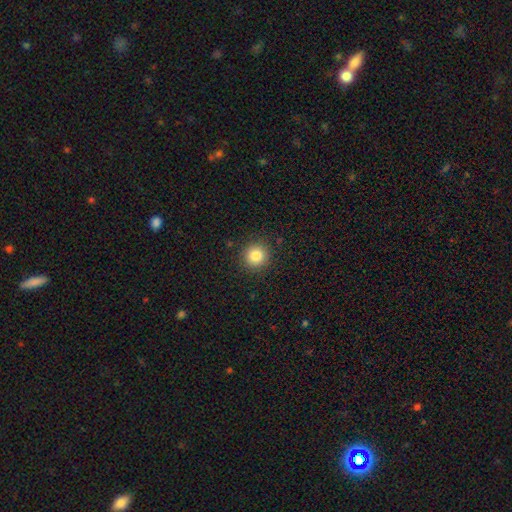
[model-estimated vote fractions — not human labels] This is clearly a smooth galaxy (83%). How rounded: clearly round (93%). Merging: clearly none (90%).